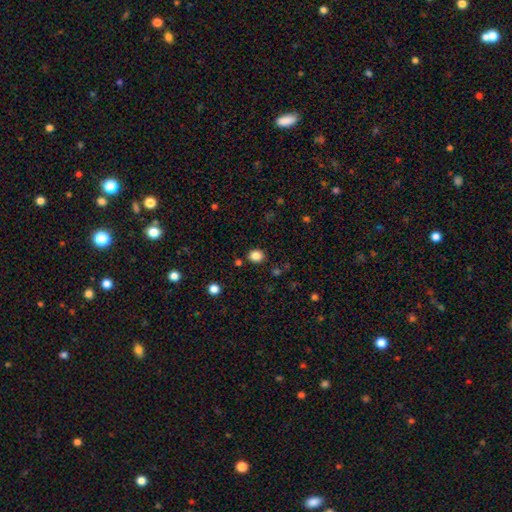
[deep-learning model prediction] The model was most divided on "how rounded": round: 61%, in between: 38%, cigar-shaped: 1%. More confident: merging — none (86%); smooth or featured — smooth (85%).